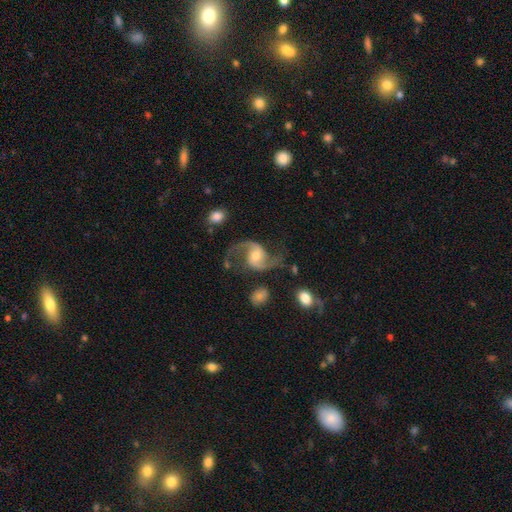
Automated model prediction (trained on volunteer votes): This appears to be a featured or disk galaxy (91%) with no bar (55%), 2 (94%) loose (62%) spiral arms (98%) and a moderate central bulge (59%). Merging: none (73%).